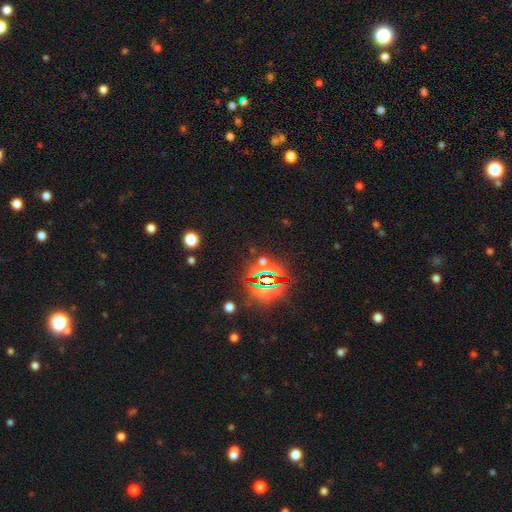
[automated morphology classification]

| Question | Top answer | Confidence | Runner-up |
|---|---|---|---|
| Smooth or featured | star or artifact | 82% | smooth (11%) |